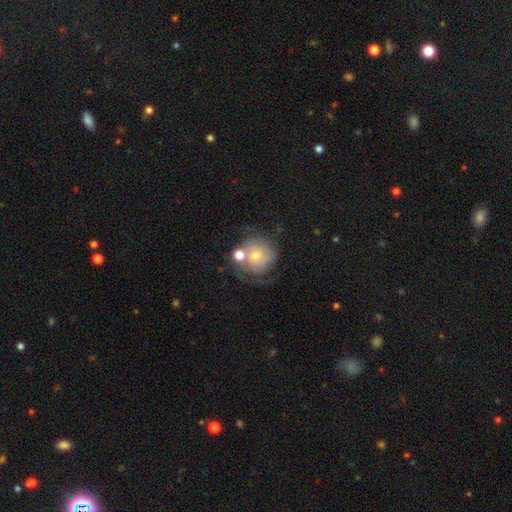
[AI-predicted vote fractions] smooth-or-featured: featured or disk: 47% | smooth: 45% | star or artifact: 9%
  merging: none: 45% | merger: 25% | minor disturbance: 17% | major disturbance: 12%